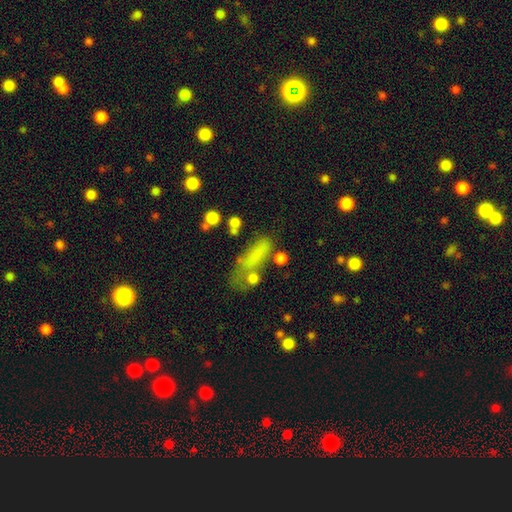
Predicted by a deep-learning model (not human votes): Morphology: type=smooth (68%); roundness=cigar-shaped (49%); merging=none (46%).